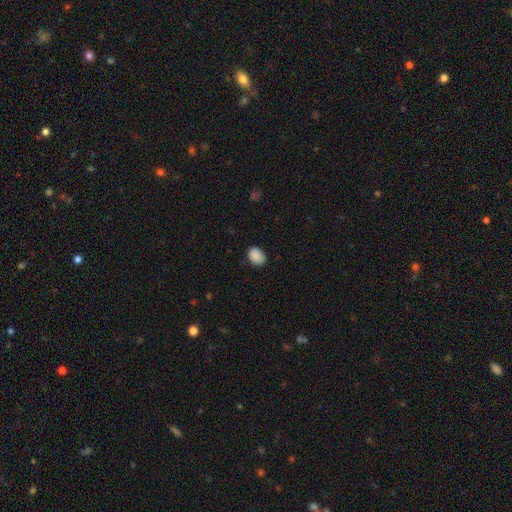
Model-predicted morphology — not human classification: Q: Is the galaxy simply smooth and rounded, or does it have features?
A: smooth — 89%.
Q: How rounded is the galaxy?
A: in between — 77%.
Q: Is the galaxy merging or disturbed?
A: none — 83%.